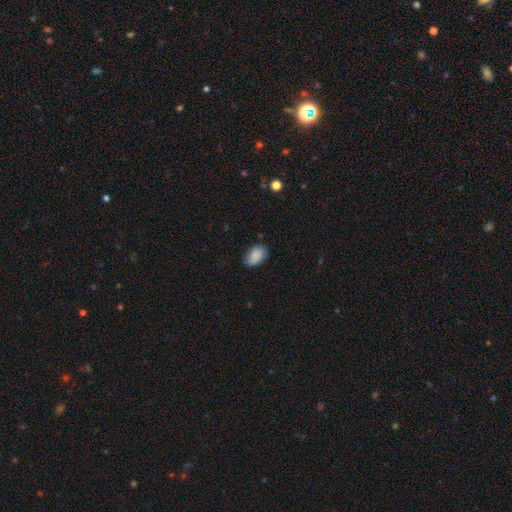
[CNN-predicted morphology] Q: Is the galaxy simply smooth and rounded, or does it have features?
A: smooth — 87%.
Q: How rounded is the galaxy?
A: in between — 88%.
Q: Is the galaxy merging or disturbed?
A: none — 76%.